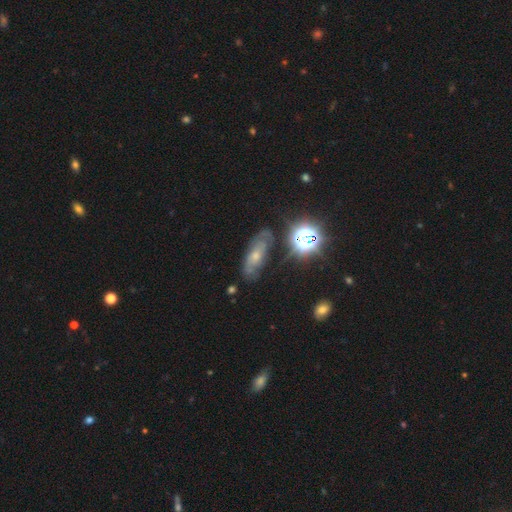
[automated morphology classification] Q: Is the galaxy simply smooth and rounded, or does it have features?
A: featured or disk — 47%.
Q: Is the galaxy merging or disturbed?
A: none — 67%.